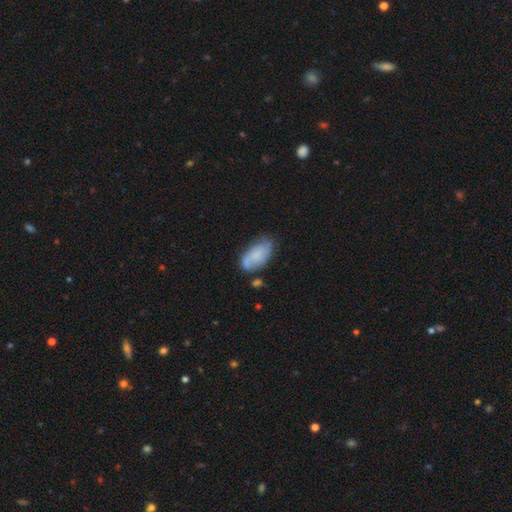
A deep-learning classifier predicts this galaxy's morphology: Smooth or featured?
  - smooth: 52% *
  - featured or disk: 40%
  - star or artifact: 8%
How rounded?
  - in between: 92% *
  - round: 4%
  - cigar-shaped: 4%
Merging?
  - none: 54% *
  - minor disturbance: 28%
  - major disturbance: 10%
  - merger: 8%